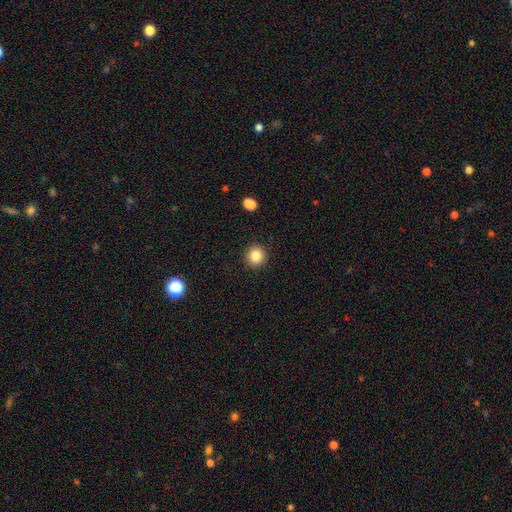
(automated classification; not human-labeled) smooth 84%, star or artifact 11%, featured or disk 6%. Down the decision tree: how rounded — round (93%); merging — none (91%).